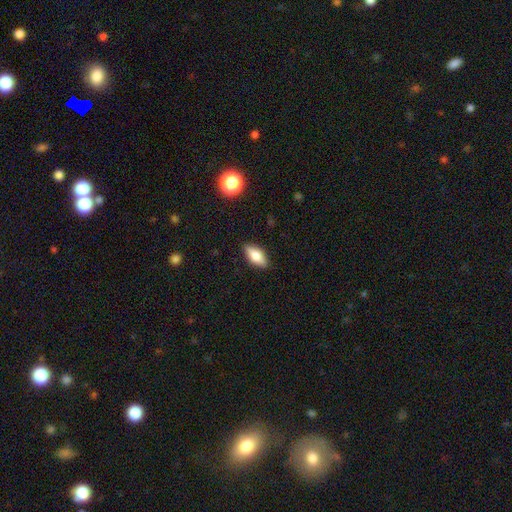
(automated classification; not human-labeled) smooth_or_featured: smooth (p=0.71) [alt: featured or disk p=0.21]
how_rounded: in between (p=0.82) [alt: cigar-shaped p=0.15]
merging: none (p=0.87) [alt: minor disturbance p=0.10]